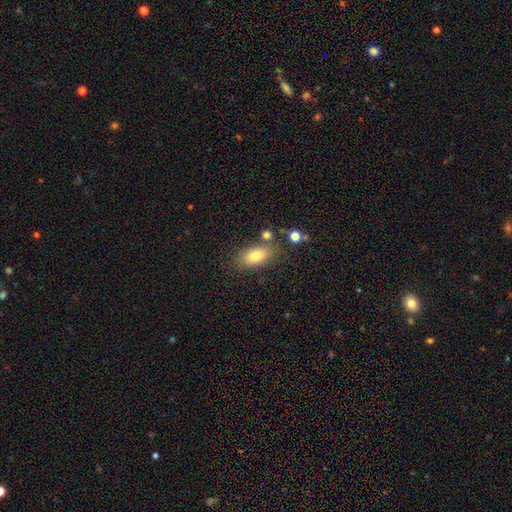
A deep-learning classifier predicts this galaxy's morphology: Smooth or featured? Predicted: smooth (p=0.79). How rounded? Predicted: in between (p=0.87). Merging? Predicted: none (p=0.72).